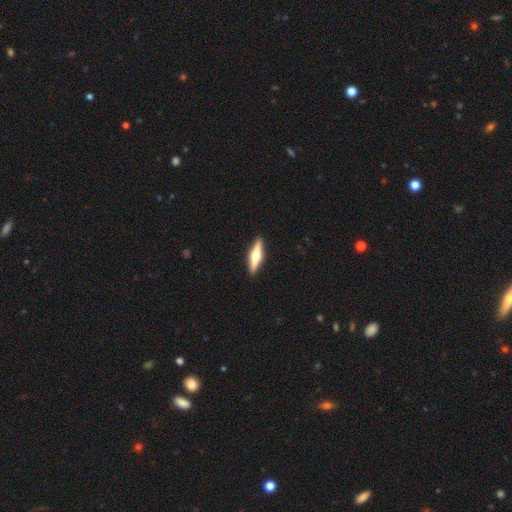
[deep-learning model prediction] Smooth or featured: featured or disk — 61% (smooth — 34%)
Edge-on disk: yes — 96% (no — 4%)
Edge-on bulge: rounded — 93% (boxy — 4%)
Merging: none — 91% (minor disturbance — 6%)